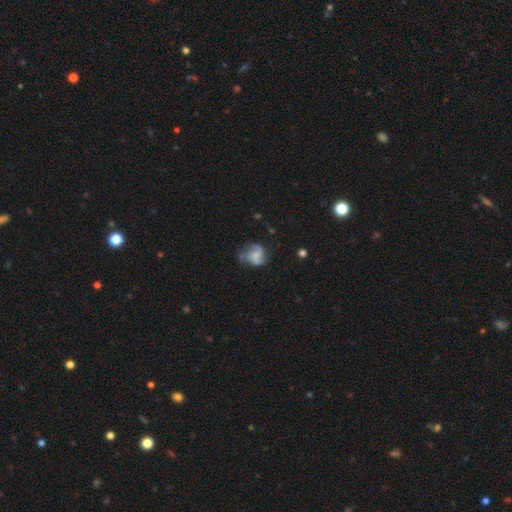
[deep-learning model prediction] This is likely a featured or disk galaxy (61%). It is clearly not viewed edge-on (98%). Bar: likely no (60%). Spiral arm pattern: likely yes (79%). Central bulge: marginally none (36%). Merging: possibly none (48%).